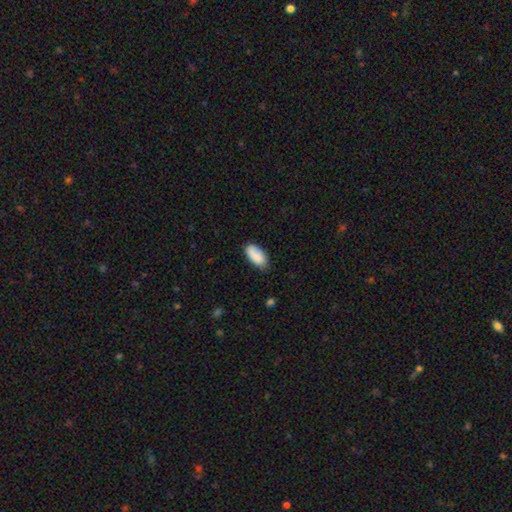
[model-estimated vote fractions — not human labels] This appears to be a smooth galaxy with no disk features (85%) that is in between round and cigar-shaped (93%). Merging: none (74%).